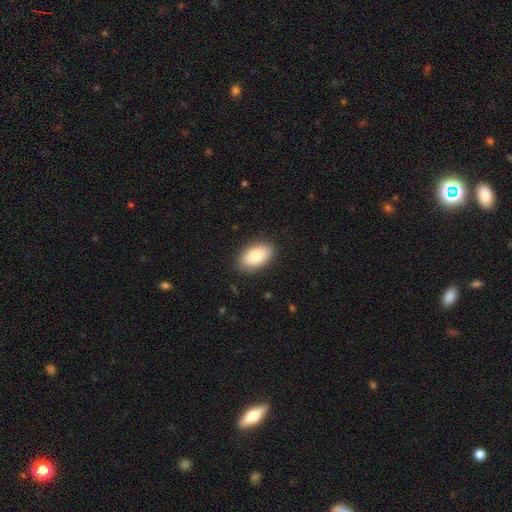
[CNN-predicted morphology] smooth_or_featured: smooth (p=0.79) [alt: featured or disk p=0.14]
how_rounded: in between (p=0.92) [alt: round p=0.06]
merging: none (p=0.86) [alt: minor disturbance p=0.11]